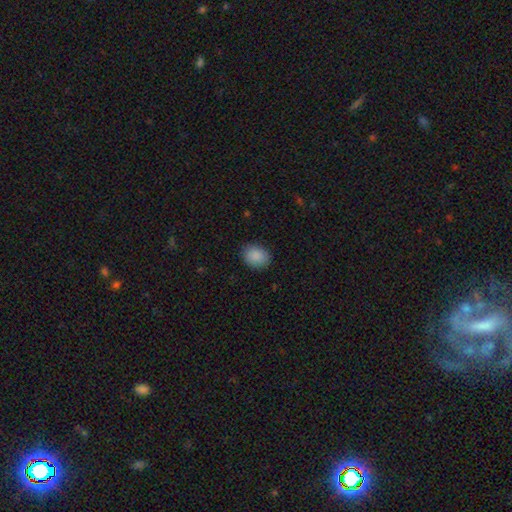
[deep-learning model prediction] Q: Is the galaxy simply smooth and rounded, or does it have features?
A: smooth — 89%.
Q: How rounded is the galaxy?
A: in between — 53%.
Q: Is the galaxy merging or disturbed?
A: none — 87%.